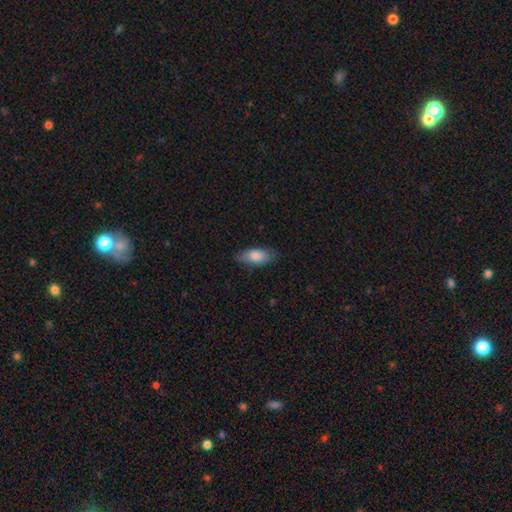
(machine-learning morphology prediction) smooth_or_featured: smooth (p=0.79) [alt: featured or disk p=0.15]
how_rounded: in between (p=0.85) [alt: cigar-shaped p=0.13]
merging: none (p=0.77) [alt: minor disturbance p=0.18]